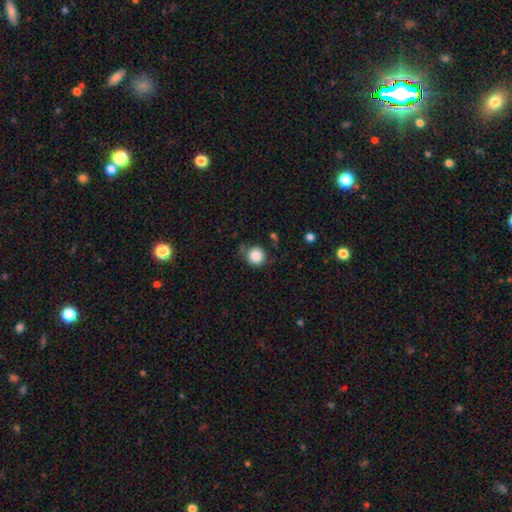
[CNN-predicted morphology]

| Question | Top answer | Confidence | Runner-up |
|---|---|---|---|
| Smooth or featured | smooth | 85% | star or artifact (9%) |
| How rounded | round | 93% | in between (6%) |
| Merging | none | 72% | minor disturbance (17%) |